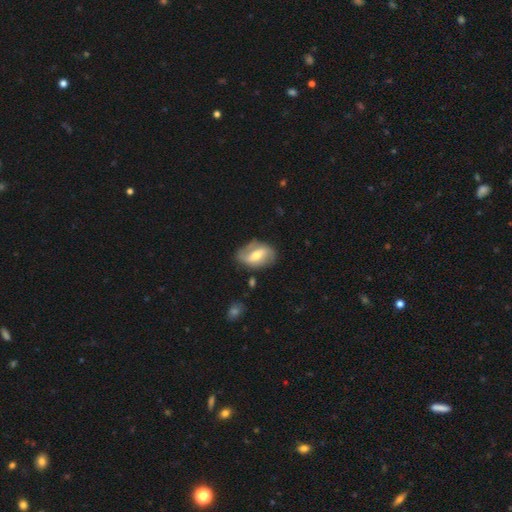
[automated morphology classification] Smooth or featured: featured or disk — 59% (smooth — 35%)
Edge-on disk: no — 92% (yes — 8%)
Bar: strong — 45% (weak — 37%)
Spiral arms: yes — 66% (no — 34%)
Bulge size: moderate — 63% (small — 27%)
Merging: none — 72% (minor disturbance — 20%)